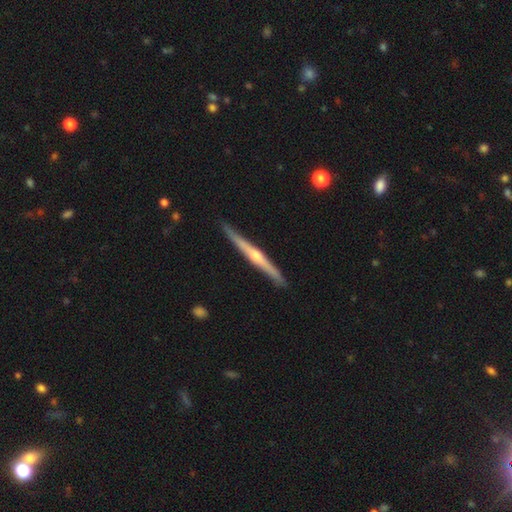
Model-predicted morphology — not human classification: type=featured or disk (77%); edge-on=yes (98%); edge-on bulge=rounded (82%); merging=none (89%).